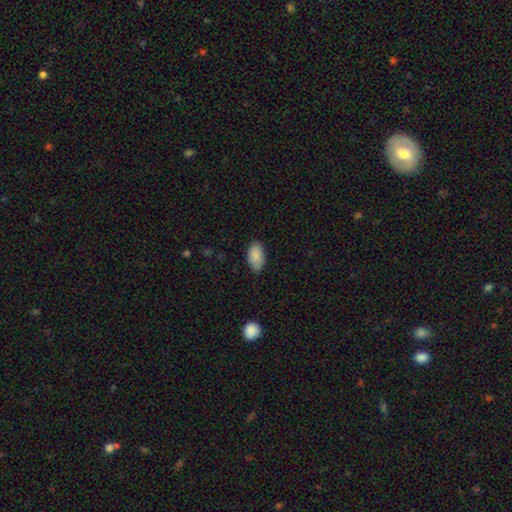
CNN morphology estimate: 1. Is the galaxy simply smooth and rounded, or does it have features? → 87% smooth, 7% star or artifact, 6% featured or disk.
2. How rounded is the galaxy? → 94% in between, 3% round, 3% cigar-shaped.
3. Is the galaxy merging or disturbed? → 74% none, 22% minor disturbance, 3% major disturbance, 1% merger.